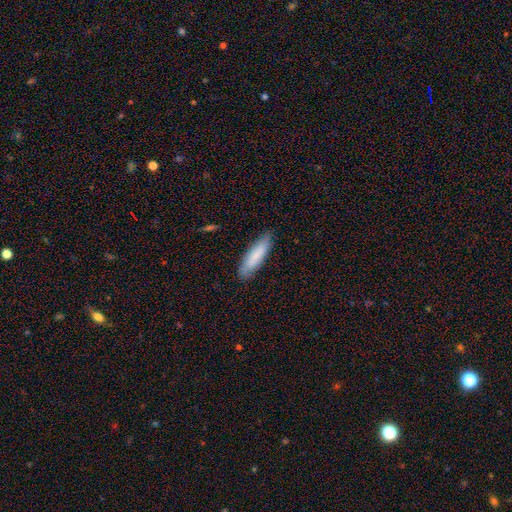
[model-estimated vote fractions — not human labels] Smooth or featured? smooth (80%)
How rounded? cigar-shaped (65%)
Merging? none (82%)